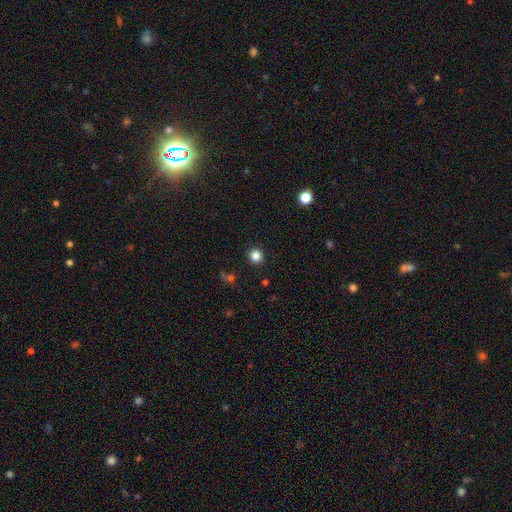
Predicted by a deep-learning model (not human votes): Smooth or featured? smooth (84%)
How rounded? round (93%)
Merging? none (91%)